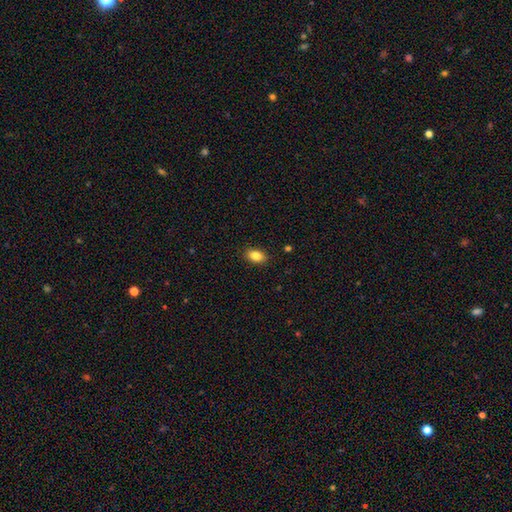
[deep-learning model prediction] Smooth or featured? Predicted: smooth (p=0.85). How rounded? Predicted: in between (p=0.87). Merging? Predicted: none (p=0.89).